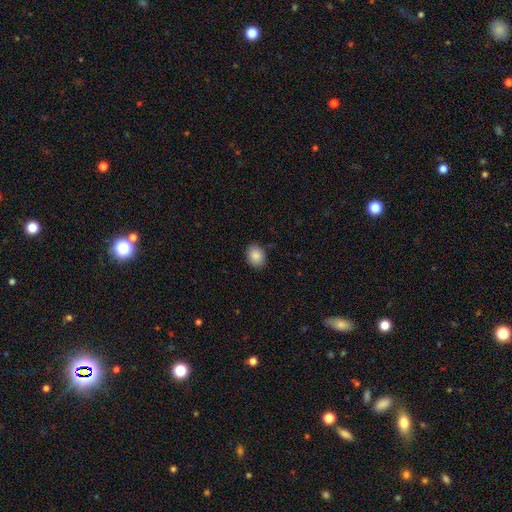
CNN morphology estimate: smooth 88%, star or artifact 8%, featured or disk 4%. Down the decision tree: how rounded — in between (55%); merging — none (86%).